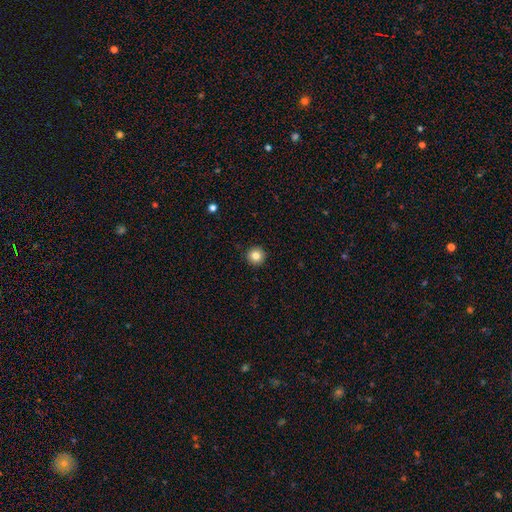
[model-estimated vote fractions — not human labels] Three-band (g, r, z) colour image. It shows a smooth galaxy with no disk features (82%) that is round (96%). Merging: none (93%).